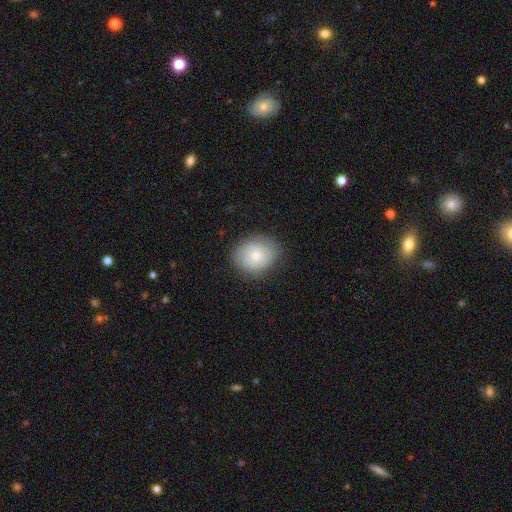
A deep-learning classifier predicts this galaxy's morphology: A smooth galaxy with no disk features (56%) that is round (61%). Merging: none (79%).